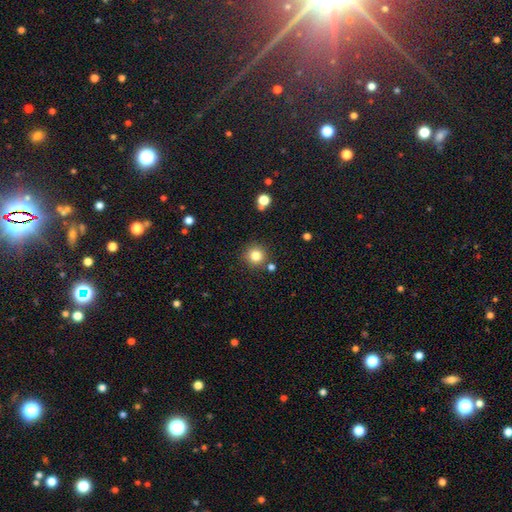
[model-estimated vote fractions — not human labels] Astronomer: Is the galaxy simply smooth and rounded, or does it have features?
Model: smooth — 82%.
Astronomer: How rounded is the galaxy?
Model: round — 94%.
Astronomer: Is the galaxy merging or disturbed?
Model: none — 85%.